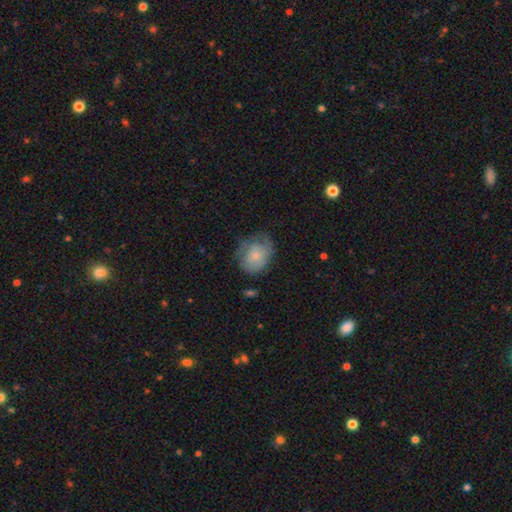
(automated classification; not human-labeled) Q: Smooth or featured?
A: smooth (64%); runner-up: featured or disk (29%)
Q: How rounded?
A: round (54%); runner-up: in between (45%)
Q: Merging?
A: none (52%); runner-up: minor disturbance (31%)